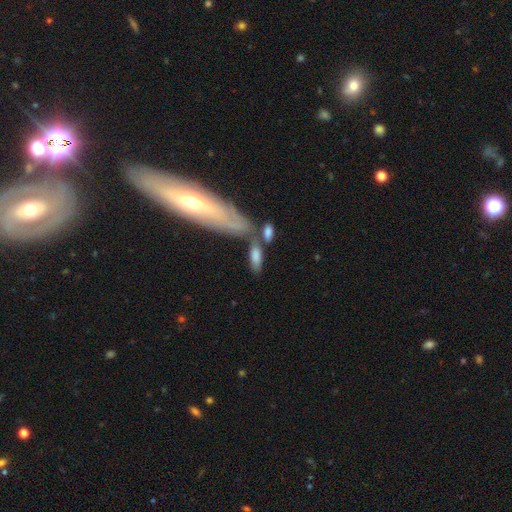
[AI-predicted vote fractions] Morphology: type=smooth (73%); roundness=in between (64%); merging=none (42%).